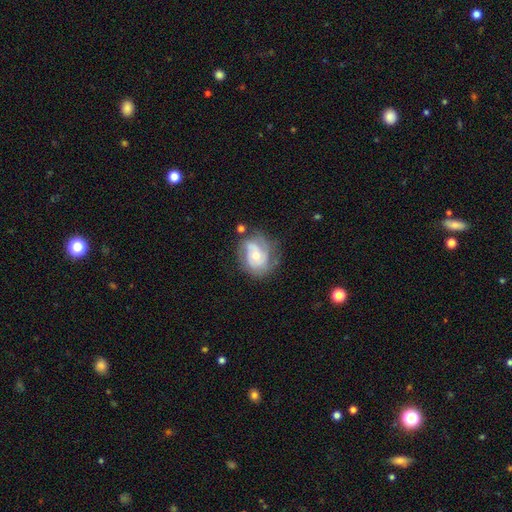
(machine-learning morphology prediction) The model was most divided on "spiral arm count": 2: 35%, can't tell: 32%, 3: 19%, 1: 7%, 4: 4%, more than 4: 3%. More confident: edge-on disk — no (97%); spiral arms — yes (85%); smooth or featured — featured or disk (72%); bar — no (69%); merging — none (61%); bulge size — moderate (54%); spiral winding — tight (52%).